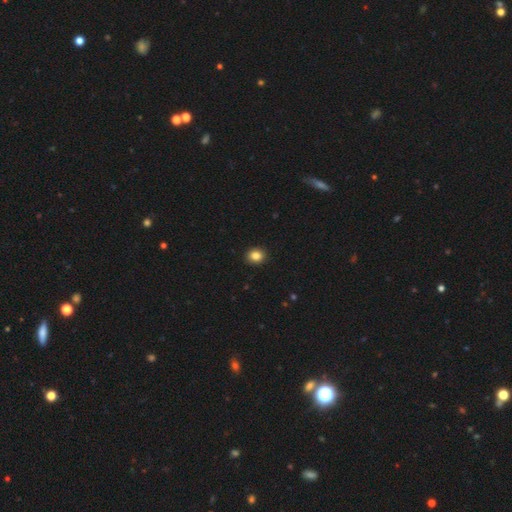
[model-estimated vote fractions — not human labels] Smooth or featured? smooth (86%)
How rounded? round (64%)
Merging? none (92%)